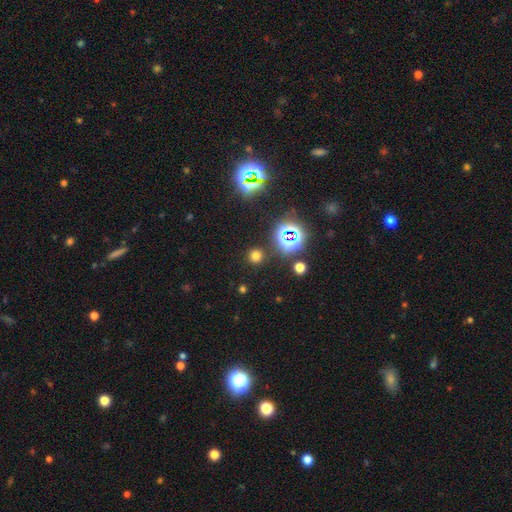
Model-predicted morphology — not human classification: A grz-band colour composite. It shows a smooth galaxy with no disk features (65%) that is round (92%). Merging: none (87%).